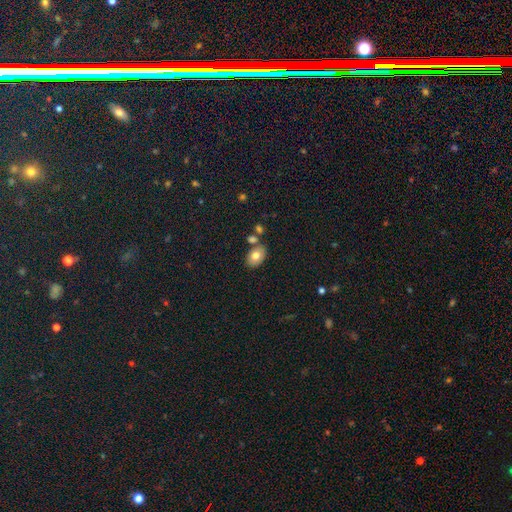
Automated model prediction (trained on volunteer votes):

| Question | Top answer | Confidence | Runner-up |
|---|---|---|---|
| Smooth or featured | smooth | 76% | featured or disk (16%) |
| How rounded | in between | 86% | round (13%) |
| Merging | none | 73% | merger (12%) |